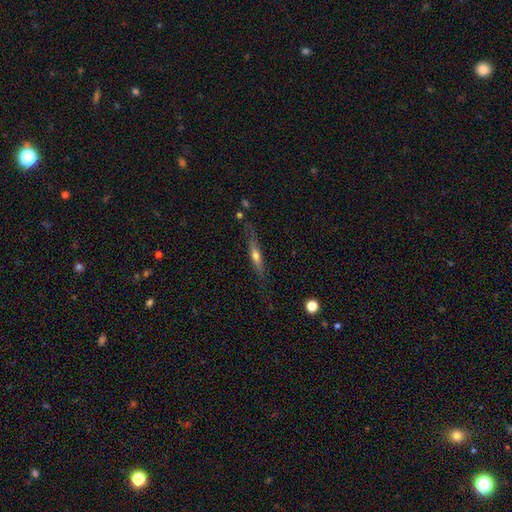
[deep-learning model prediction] A featured or disk galaxy (50%). Merging: none (69%).